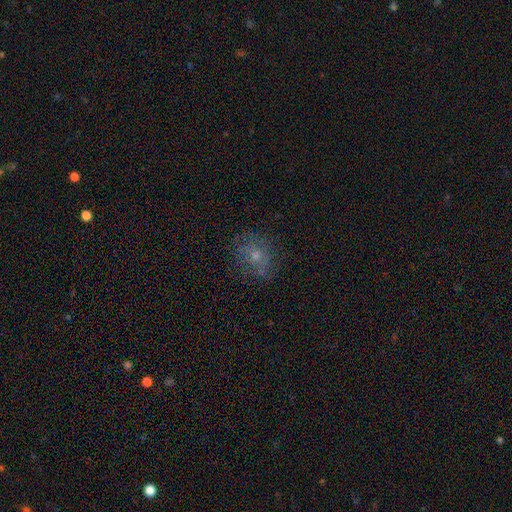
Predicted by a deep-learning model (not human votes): The model was most divided on "smooth or featured": smooth: 49%, featured or disk: 34%, star or artifact: 17%. More confident: merging — none (69%).